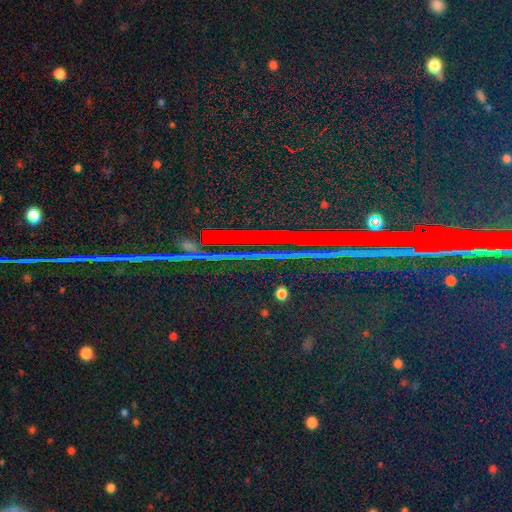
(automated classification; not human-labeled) smooth_or_featured: star or artifact (p=0.87) [alt: featured or disk p=0.07]